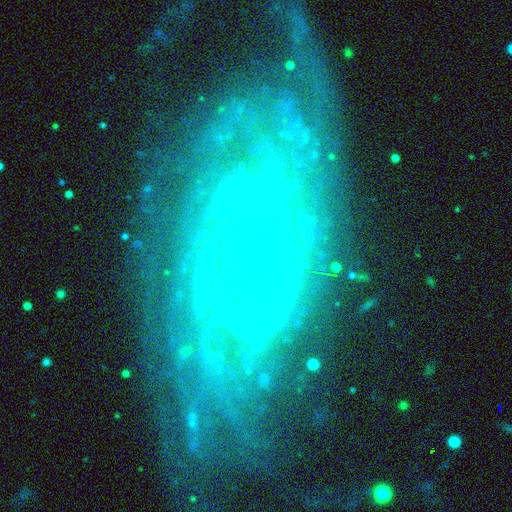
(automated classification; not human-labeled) featured or disk 86%, star or artifact 8%, smooth 6%. Down the decision tree: edge-on disk — no (94%); bar — no (67%); spiral arms — yes (97%); spiral arm count — can't tell (29%); spiral winding — tight (72%); bulge size — small (83%); merging — none (66%).